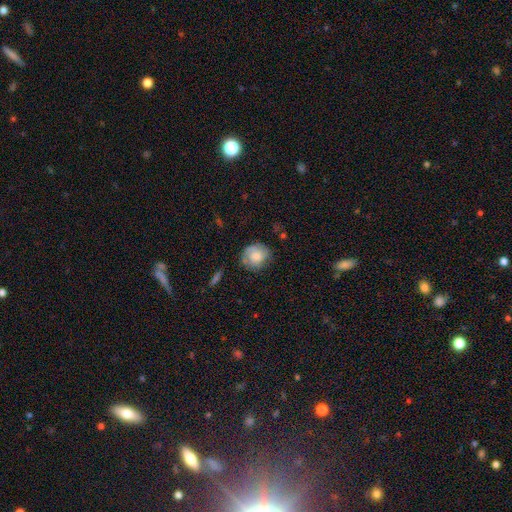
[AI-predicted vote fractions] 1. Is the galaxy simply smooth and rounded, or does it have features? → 67% smooth, 25% featured or disk, 8% star or artifact.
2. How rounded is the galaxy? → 75% round, 24% in between, 1% cigar-shaped.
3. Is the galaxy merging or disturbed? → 64% none, 24% minor disturbance, 9% major disturbance, 2% merger.